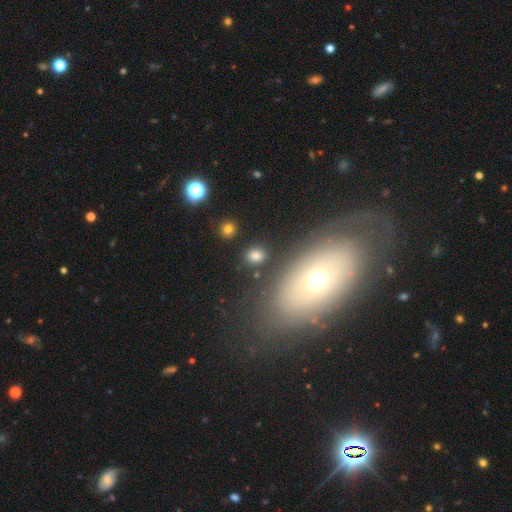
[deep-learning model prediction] Smooth or featured? Predicted: smooth (p=0.80). How rounded? Predicted: round (p=0.56). Merging? Predicted: none (p=0.84).